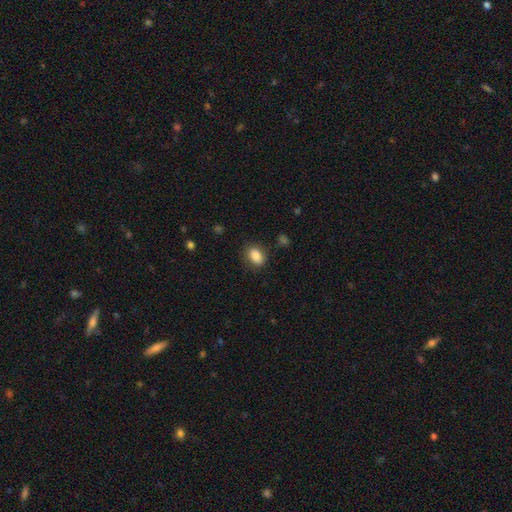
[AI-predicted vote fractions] A smooth galaxy with no disk features (86%) that is in between round and cigar-shaped (79%). Merging: none (82%).